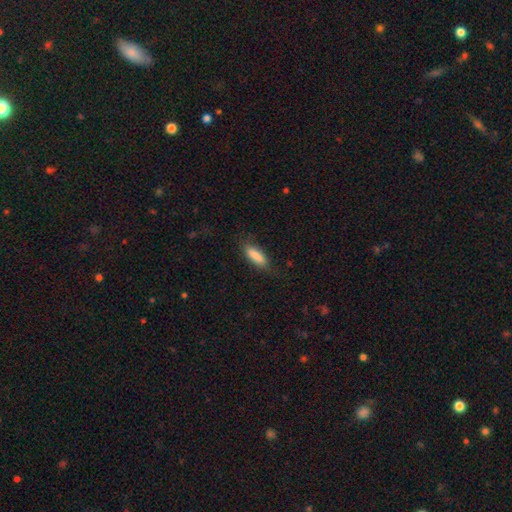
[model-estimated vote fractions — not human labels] Smooth or featured? smooth (85%)
How rounded? in between (56%)
Merging? none (75%)